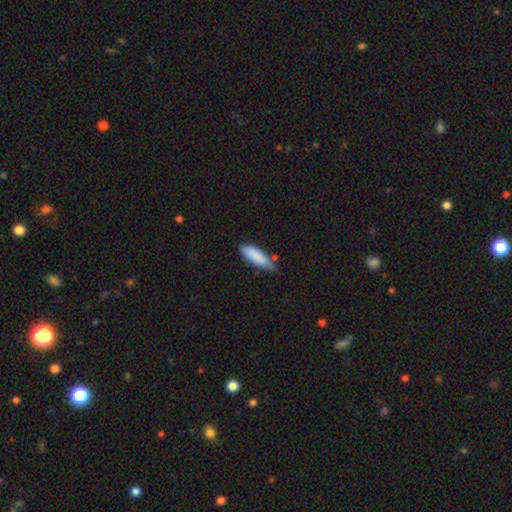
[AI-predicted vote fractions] smooth 87%, featured or disk 8%, star or artifact 6%. Down the decision tree: how rounded — cigar-shaped (52%); merging — none (61%).